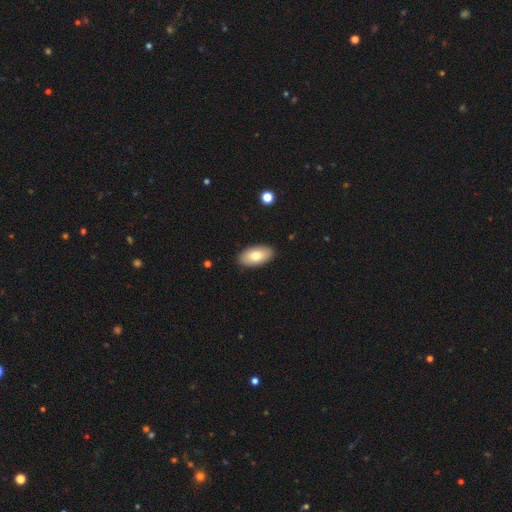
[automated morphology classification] Smooth or featured? smooth (77%)
How rounded? in between (95%)
Merging? none (90%)